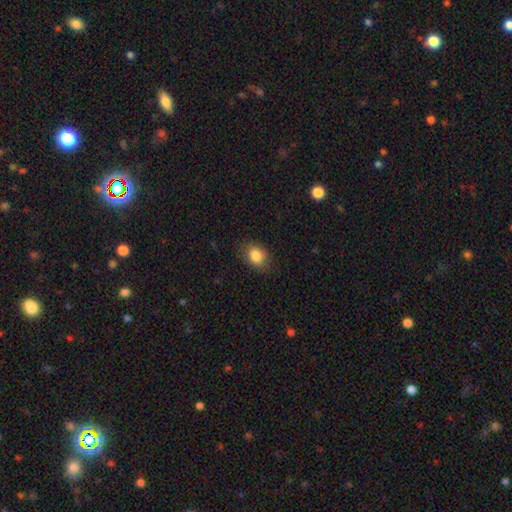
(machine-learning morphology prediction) A smooth galaxy with no disk features (85%) that is in between round and cigar-shaped (59%).

Vote fractions:
- Smooth or featured? smooth: 85% / star or artifact: 9% / featured or disk: 5%
- How rounded? in between: 59% / round: 40% / cigar-shaped: 1%
- Merging? none: 82% / minor disturbance: 13% / major disturbance: 4% / merger: 1%